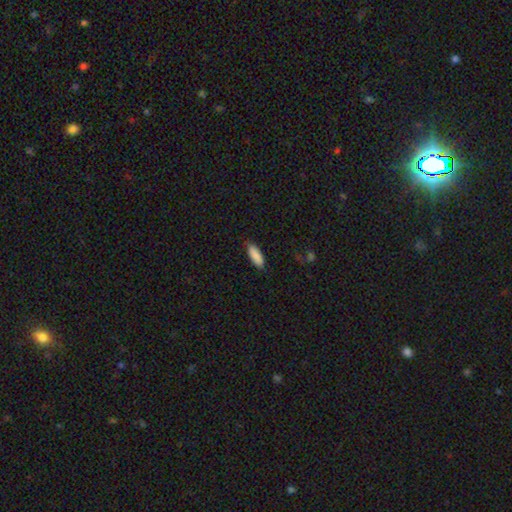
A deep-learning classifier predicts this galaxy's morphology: This appears to be a smooth galaxy with no disk features (89%) that is in between round and cigar-shaped (61%). Merging: none (83%).